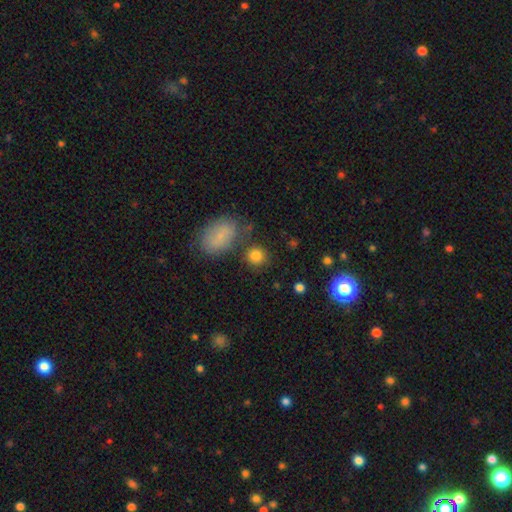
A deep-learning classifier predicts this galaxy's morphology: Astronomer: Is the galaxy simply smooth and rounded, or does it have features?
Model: smooth — 83%.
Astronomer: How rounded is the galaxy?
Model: round — 85%.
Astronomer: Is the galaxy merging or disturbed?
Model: none — 73%.